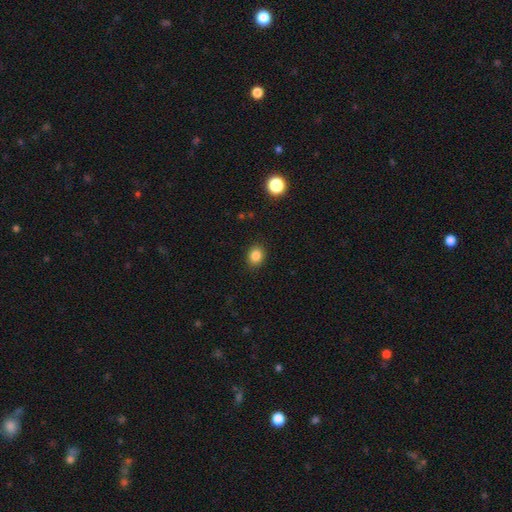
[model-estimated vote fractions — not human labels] Overall: smooth (85%). How rounded: round (57%; in between 42%). Merging: none (89%).